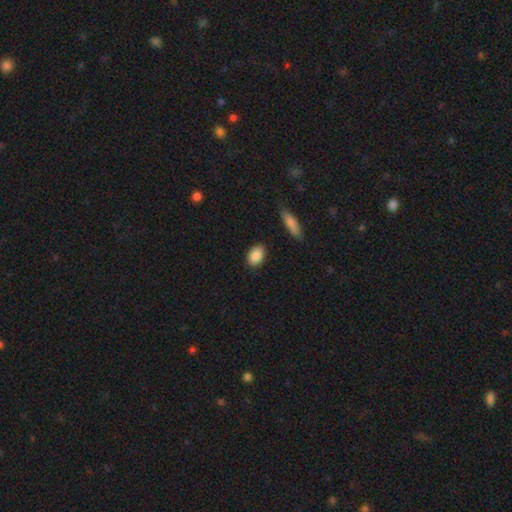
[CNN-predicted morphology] Q: Smooth or featured?
A: smooth (88%); runner-up: star or artifact (7%)
Q: How rounded?
A: in between (83%); runner-up: round (15%)
Q: Merging?
A: none (86%); runner-up: minor disturbance (10%)